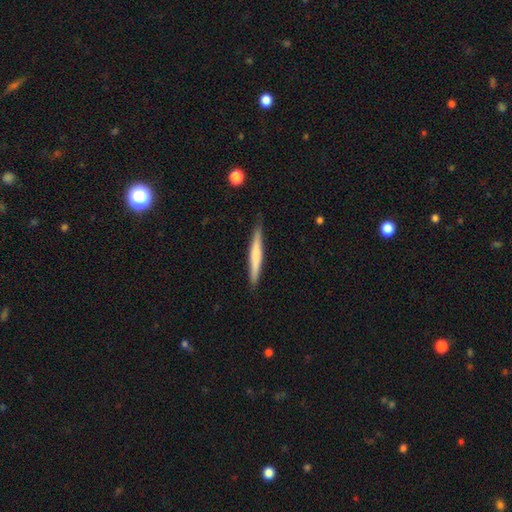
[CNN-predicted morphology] This is possibly a smooth galaxy (56%). How rounded: clearly cigar-shaped (96%). Merging: clearly none (87%).